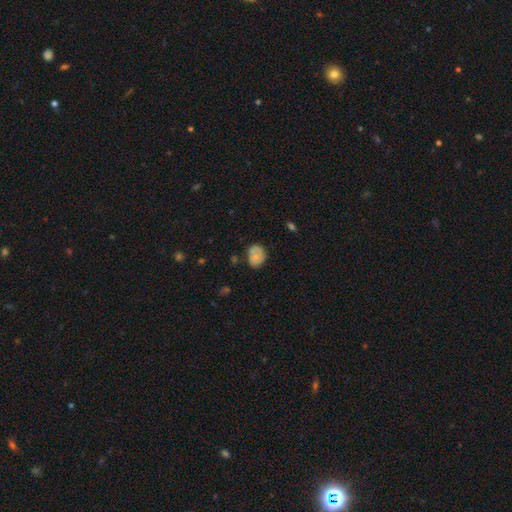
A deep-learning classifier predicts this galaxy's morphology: The model was most divided on "how rounded": in between: 54%, round: 45%, cigar-shaped: 1%. More confident: smooth or featured — smooth (60%); merging — none (52%).